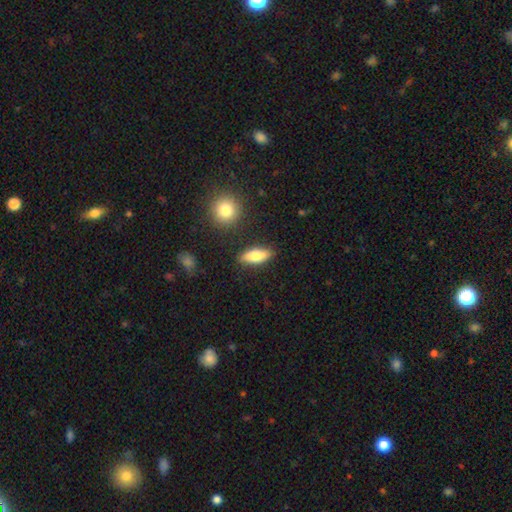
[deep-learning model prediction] The model was most divided on "how rounded": in between: 69%, cigar-shaped: 28%, round: 3%. More confident: merging — none (85%); smooth or featured — smooth (74%).